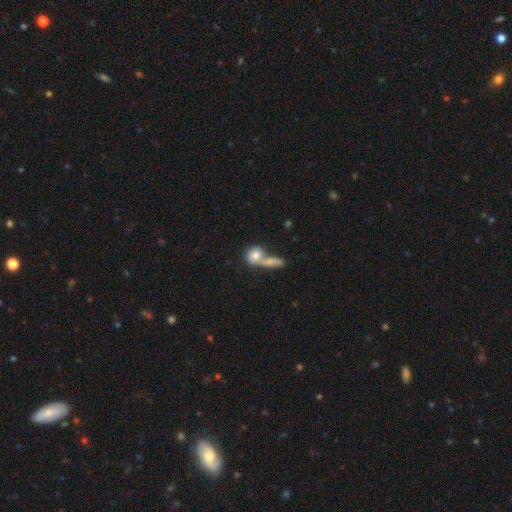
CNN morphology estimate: Smooth or featured: smooth — 76% (featured or disk — 16%)
How rounded: round — 63% (in between — 31%)
Merging: merger — 63% (none — 25%)